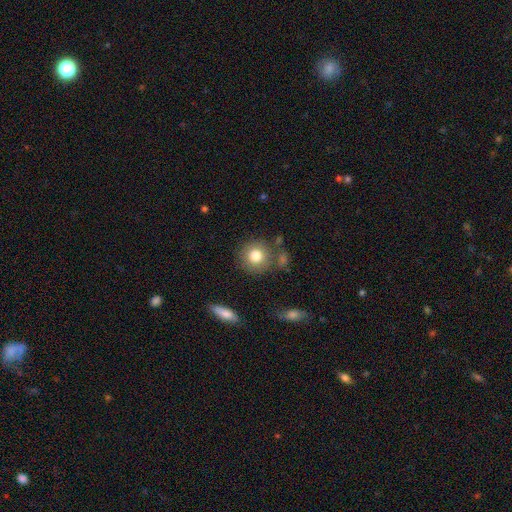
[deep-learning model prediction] This is clearly a smooth galaxy (80%). How rounded: clearly round (91%). Merging: likely none (78%).